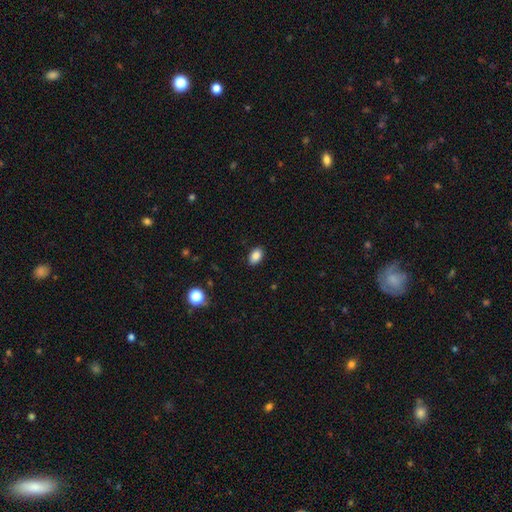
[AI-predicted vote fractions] A smooth galaxy with no disk features (87%) that is in between round and cigar-shaped (89%). Merging: none (89%).